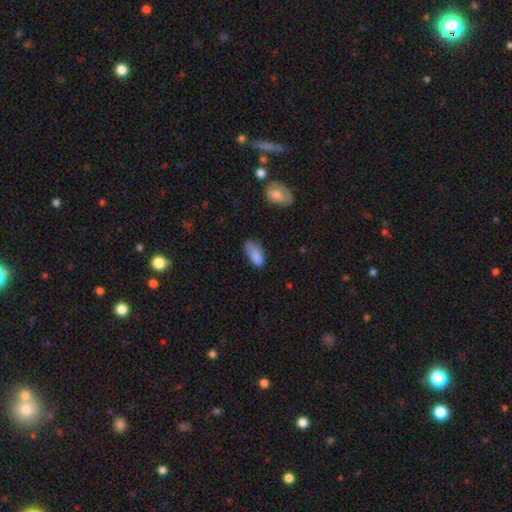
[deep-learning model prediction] The model was most divided on "merging": none: 50%, minor disturbance: 36%, major disturbance: 11%, merger: 4%. More confident: how rounded — in between (89%); smooth or featured — smooth (82%).